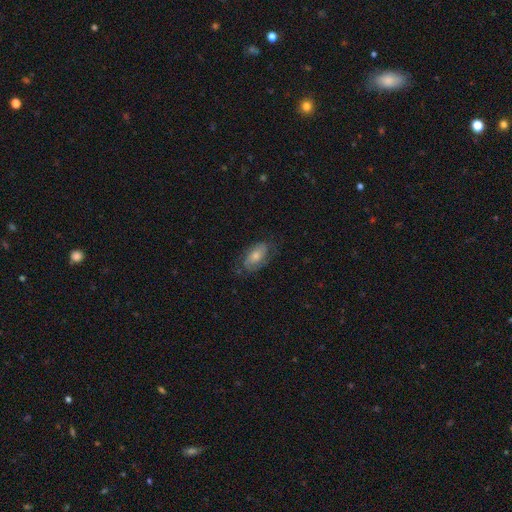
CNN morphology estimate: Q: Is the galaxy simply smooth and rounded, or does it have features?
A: featured or disk — 52%.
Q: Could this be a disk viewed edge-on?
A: no — 93%.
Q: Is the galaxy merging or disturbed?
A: none — 65%.